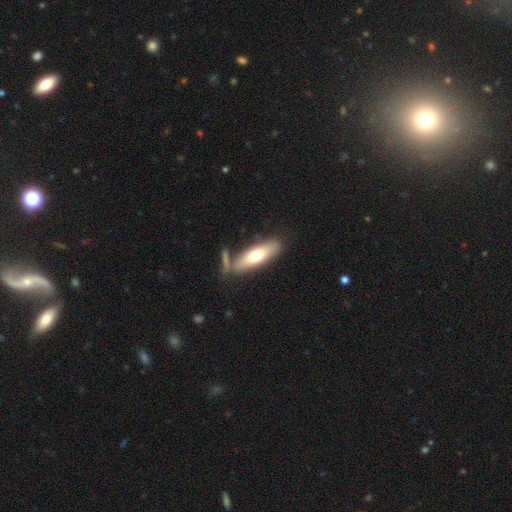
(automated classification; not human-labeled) The model was most divided on "how rounded": cigar-shaped: 51%, in between: 47%, round: 2%. More confident: merging — none (70%); smooth or featured — smooth (64%).